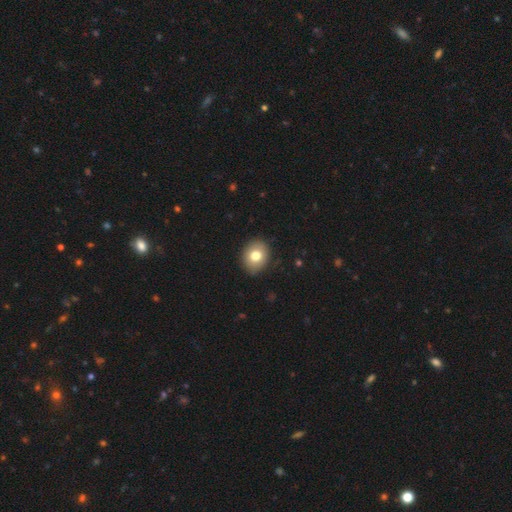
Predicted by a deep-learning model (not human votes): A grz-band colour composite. It shows a smooth galaxy with no disk features (77%) that is round (57%). Merging: none (88%).